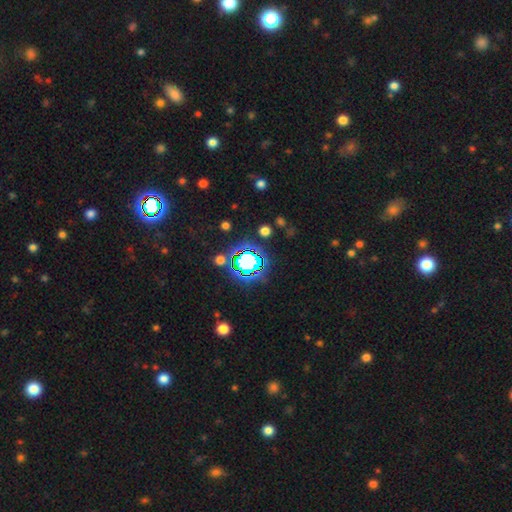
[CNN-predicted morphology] Smooth or featured: star or artifact — 68% (smooth — 21%)